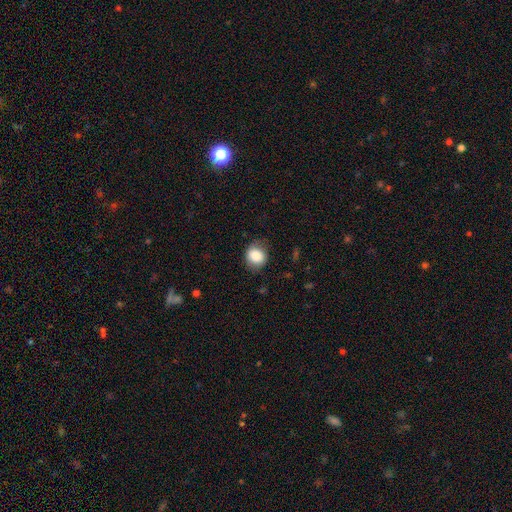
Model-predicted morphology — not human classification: This appears to be a smooth galaxy with no disk features (83%) that is round (71%). Merging: none (73%).